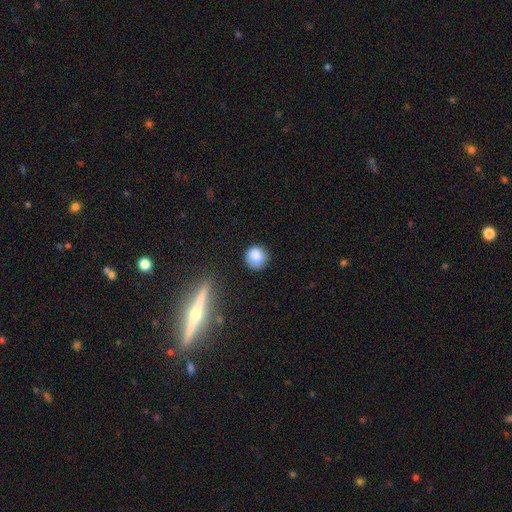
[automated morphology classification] Smooth or featured?
  - smooth: 84% *
  - star or artifact: 9%
  - featured or disk: 7%
How rounded?
  - round: 89% *
  - in between: 10%
  - cigar-shaped: 1%
Merging?
  - none: 75% *
  - minor disturbance: 17%
  - major disturbance: 5%
  - merger: 2%